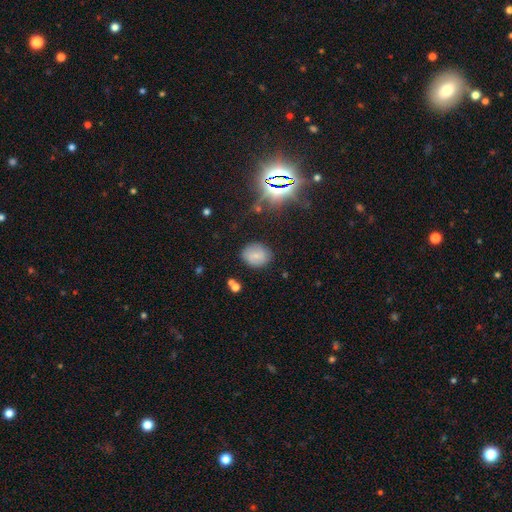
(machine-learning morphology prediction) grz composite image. It shows a smooth galaxy with no disk features (65%) that is round (55%). Merging: none (81%).